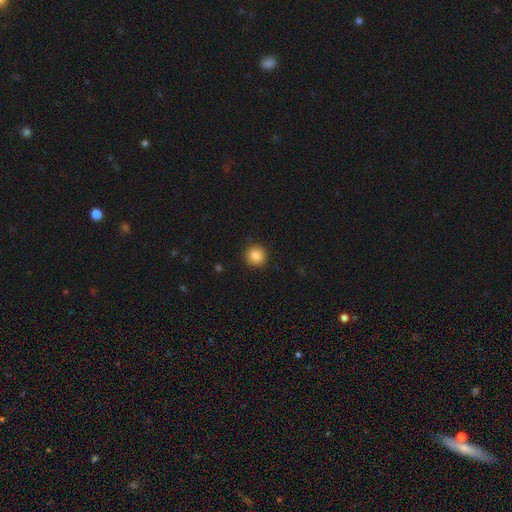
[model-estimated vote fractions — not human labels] This appears to be a smooth galaxy with no disk features (86%) that is round (95%). Merging: none (92%).